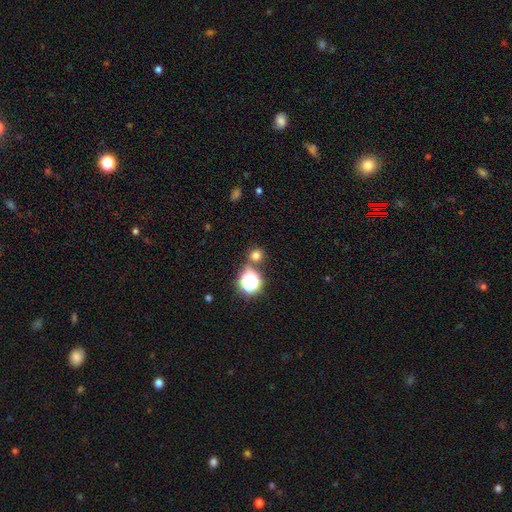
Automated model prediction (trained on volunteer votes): smooth_or_featured: smooth (p=0.70) [alt: star or artifact p=0.24]
how_rounded: round (p=0.89) [alt: in between p=0.10]
merging: none (p=0.75) [alt: merger p=0.14]